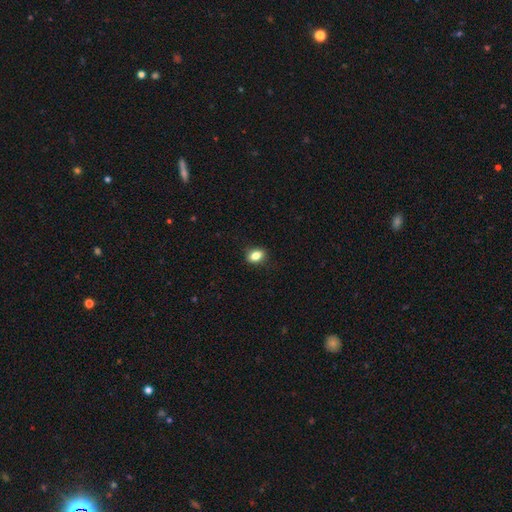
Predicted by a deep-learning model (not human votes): The model was most divided on "how rounded": in between: 70%, round: 27%, cigar-shaped: 2%. More confident: merging — none (85%); smooth or featured — smooth (81%).